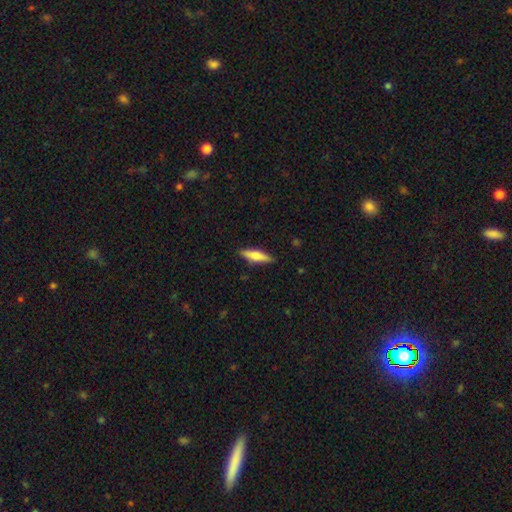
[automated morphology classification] smooth_or_featured: smooth (p=0.63) [alt: featured or disk p=0.31]
how_rounded: cigar-shaped (p=0.70) [alt: in between p=0.28]
merging: none (p=0.88) [alt: minor disturbance p=0.09]